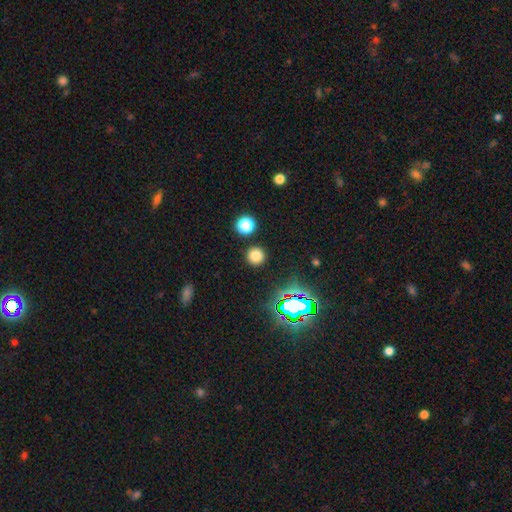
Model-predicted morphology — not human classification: Smooth or featured? Predicted: smooth (p=0.76). How rounded? Predicted: round (p=0.95). Merging? Predicted: none (p=0.89).